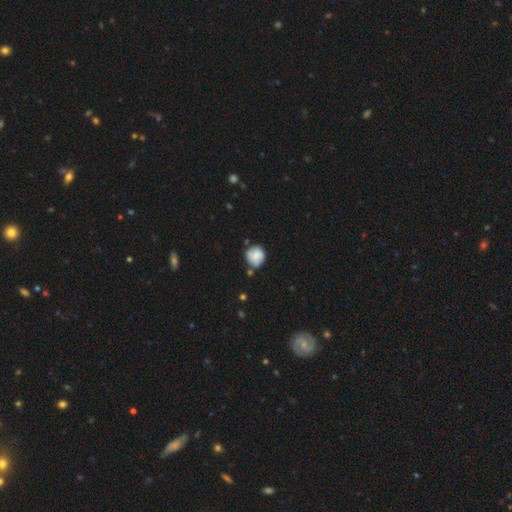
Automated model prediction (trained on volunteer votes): Overall: smooth (62%; featured or disk 30%). How rounded: round (84%). Merging: none (58%; minor disturbance 25%).